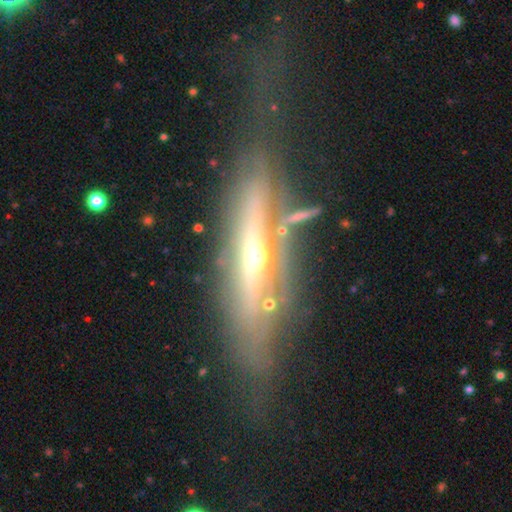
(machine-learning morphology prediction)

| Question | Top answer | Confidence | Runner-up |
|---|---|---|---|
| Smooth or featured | featured or disk | 74% | smooth (17%) |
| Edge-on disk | yes | 79% | no (21%) |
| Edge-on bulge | rounded | 80% | none (15%) |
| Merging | none | 56% | minor disturbance (21%) |